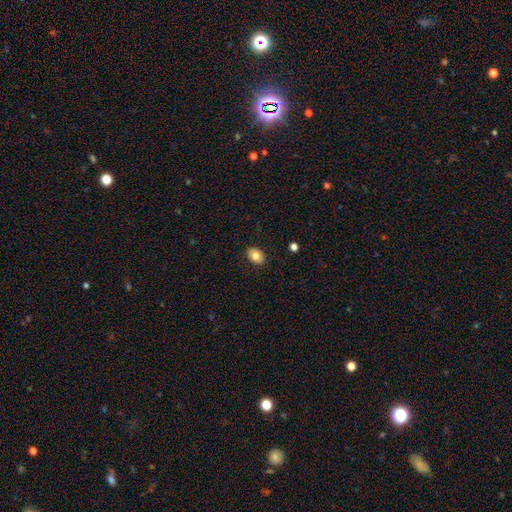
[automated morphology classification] smooth_or_featured: smooth (p=0.81) [alt: featured or disk p=0.11]
how_rounded: in between (p=0.77) [alt: round p=0.22]
merging: none (p=0.88) [alt: minor disturbance p=0.09]